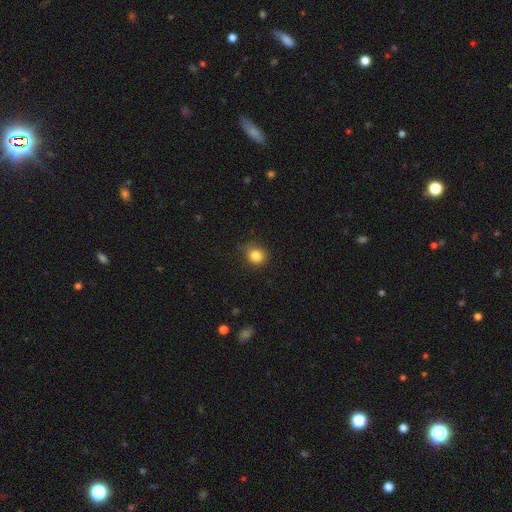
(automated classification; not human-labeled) Smooth or featured? smooth (83%)
How rounded? round (82%)
Merging? none (79%)